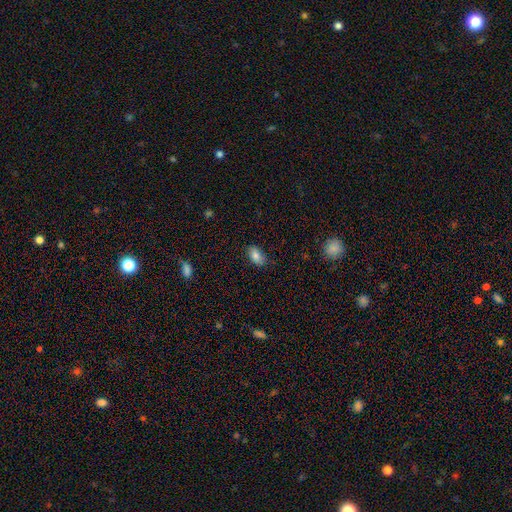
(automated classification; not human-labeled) Morphology: type=smooth (83%); roundness=in between (89%); merging=none (82%).